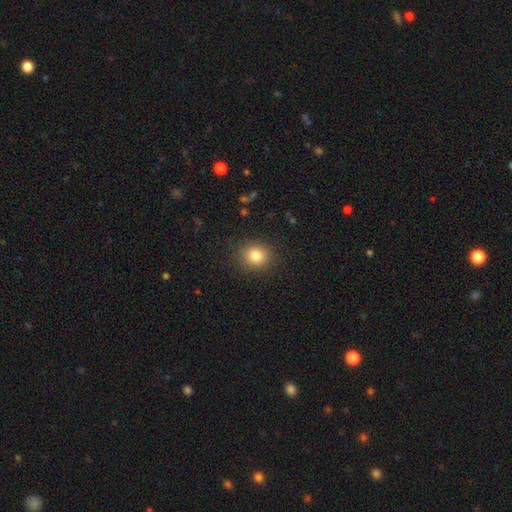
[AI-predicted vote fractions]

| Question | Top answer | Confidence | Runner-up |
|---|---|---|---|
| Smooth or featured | smooth | 82% | star or artifact (12%) |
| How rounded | round | 82% | in between (17%) |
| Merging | none | 89% | minor disturbance (7%) |